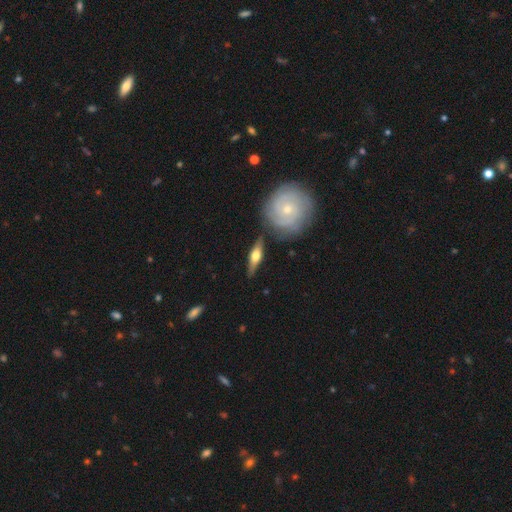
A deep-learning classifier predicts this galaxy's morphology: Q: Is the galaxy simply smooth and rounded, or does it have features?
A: featured or disk — 66%.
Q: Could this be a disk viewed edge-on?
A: yes — 84%.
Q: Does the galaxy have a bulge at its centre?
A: rounded — 94%.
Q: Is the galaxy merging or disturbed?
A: none — 79%.